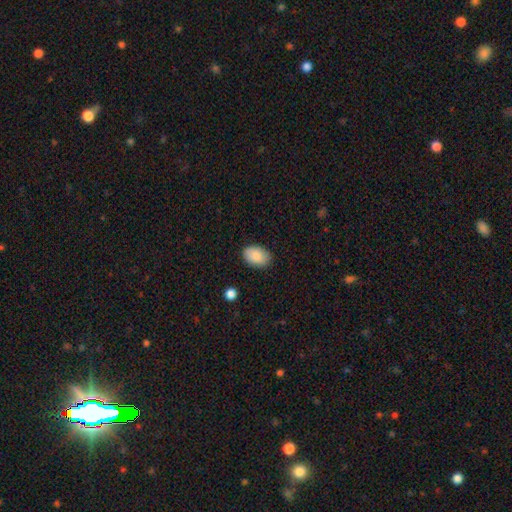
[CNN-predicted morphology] This appears to be a smooth galaxy with no disk features (87%) that is in between round and cigar-shaped (89%). Merging: none (85%).